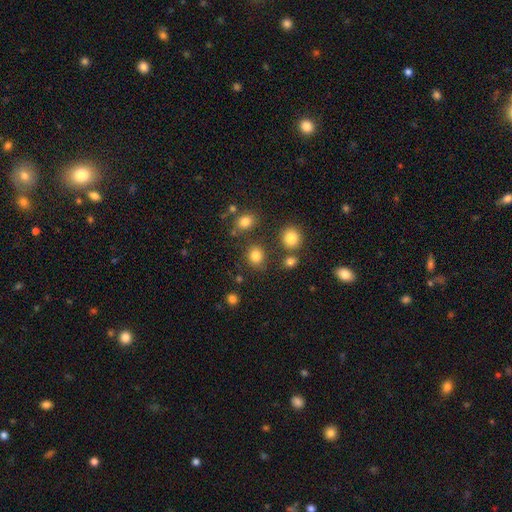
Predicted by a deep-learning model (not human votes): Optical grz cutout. It shows a smooth galaxy with no disk features (81%) that is round (76%). Merging: none (78%).